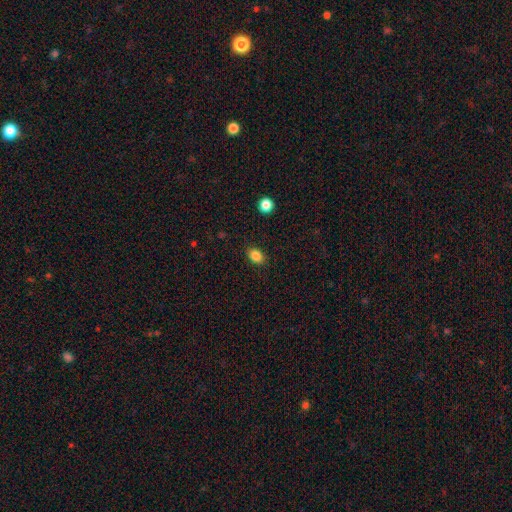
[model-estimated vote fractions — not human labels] The model was most divided on "how rounded": in between: 70%, round: 29%, cigar-shaped: 1%. More confident: merging — none (87%); smooth or featured — smooth (85%).